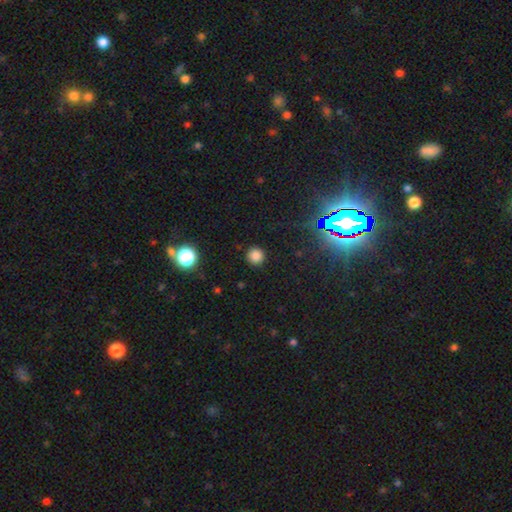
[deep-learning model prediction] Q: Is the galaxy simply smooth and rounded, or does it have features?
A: smooth — 80%.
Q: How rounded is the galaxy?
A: round — 94%.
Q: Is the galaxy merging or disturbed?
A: none — 90%.